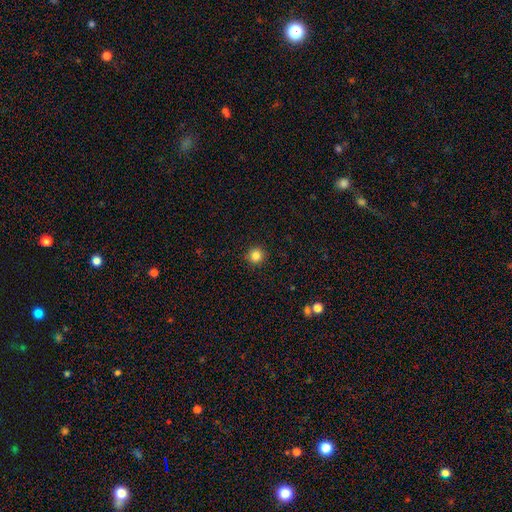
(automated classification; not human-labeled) smooth_or_featured: smooth (p=0.84) [alt: star or artifact p=0.11]
how_rounded: round (p=0.95) [alt: in between p=0.04]
merging: none (p=0.92) [alt: minor disturbance p=0.05]